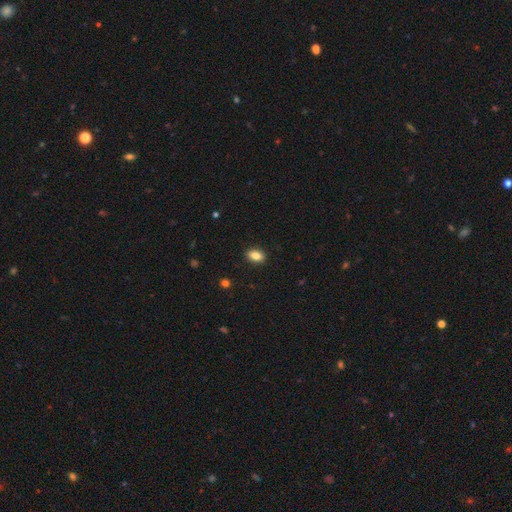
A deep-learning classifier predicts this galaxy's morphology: A smooth galaxy with no disk features (85%) that is in between round and cigar-shaped (87%). Merging: none (89%).